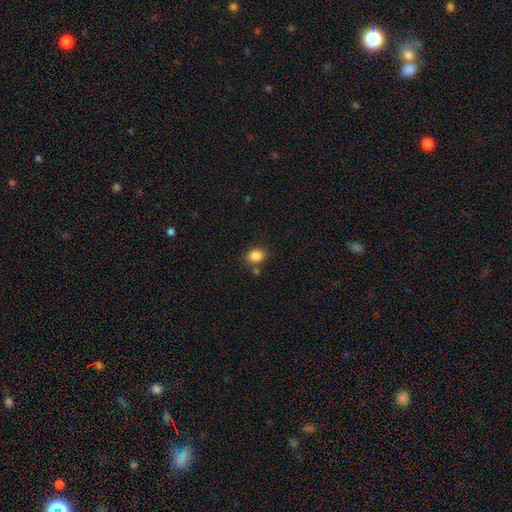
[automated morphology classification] Smooth or featured? Predicted: smooth (p=0.86). How rounded? Predicted: in between (p=0.55). Merging? Predicted: none (p=0.76).